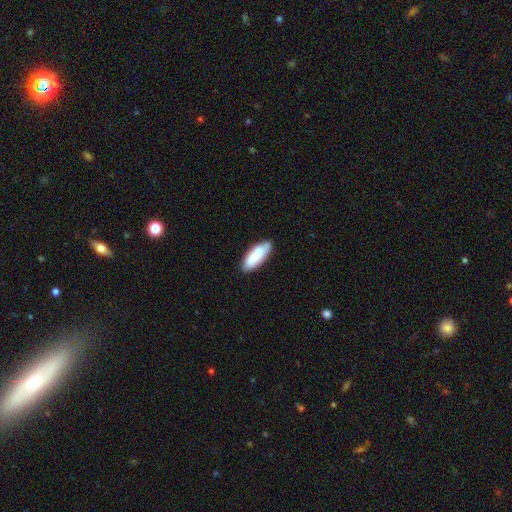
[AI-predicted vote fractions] Morphology: type=smooth (77%); roundness=in between (73%); merging=none (79%).